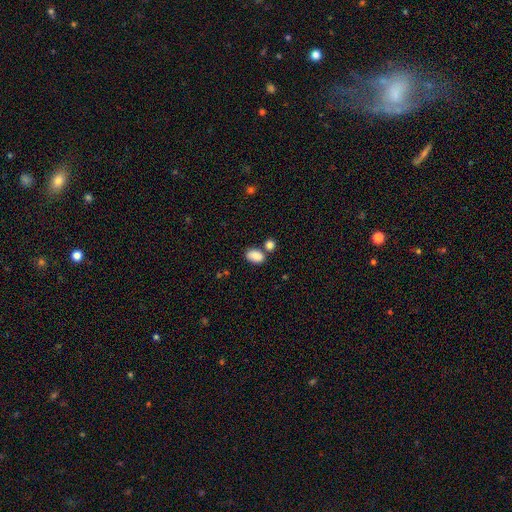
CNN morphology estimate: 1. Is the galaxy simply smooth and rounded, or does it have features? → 87% smooth, 8% star or artifact, 5% featured or disk.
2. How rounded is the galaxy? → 86% in between, 12% round, 1% cigar-shaped.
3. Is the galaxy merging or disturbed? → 62% none, 21% merger, 13% minor disturbance, 4% major disturbance.